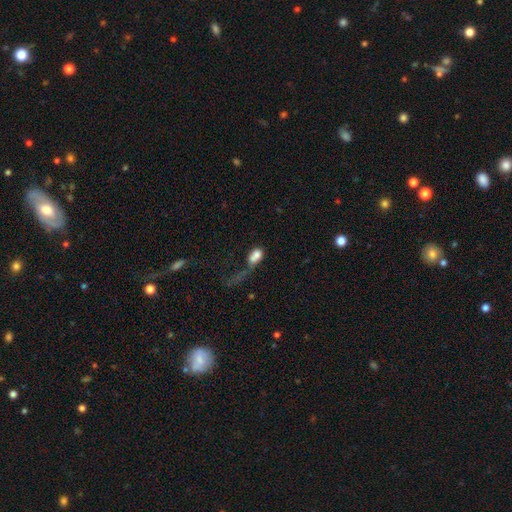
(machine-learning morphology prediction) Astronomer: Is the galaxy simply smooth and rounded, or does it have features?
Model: smooth — 69%.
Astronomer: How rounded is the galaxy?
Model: in between — 69%.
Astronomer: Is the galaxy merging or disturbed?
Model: merger — 38% (runner-up: major disturbance, 36%).